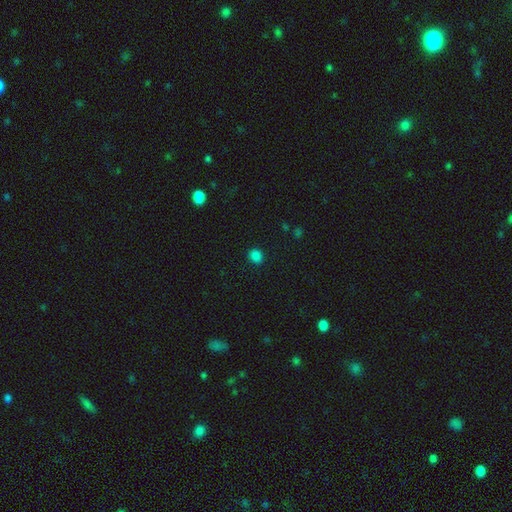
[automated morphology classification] Smooth or featured? Predicted: smooth (p=0.83). How rounded? Predicted: round (p=0.67). Merging? Predicted: none (p=0.89).